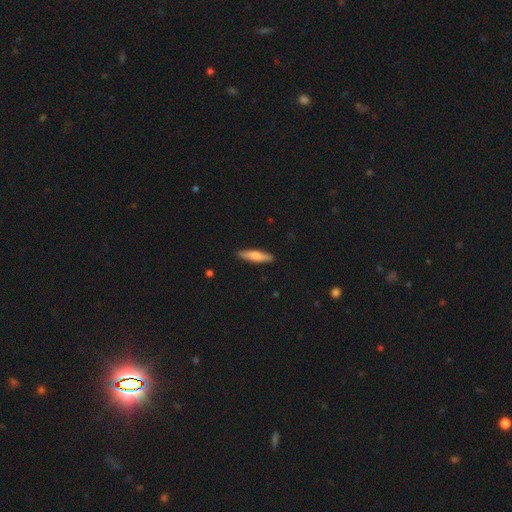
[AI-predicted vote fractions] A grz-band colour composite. It shows a smooth galaxy with no disk features (72%) that is cigar-shaped (79%). Merging: none (89%).